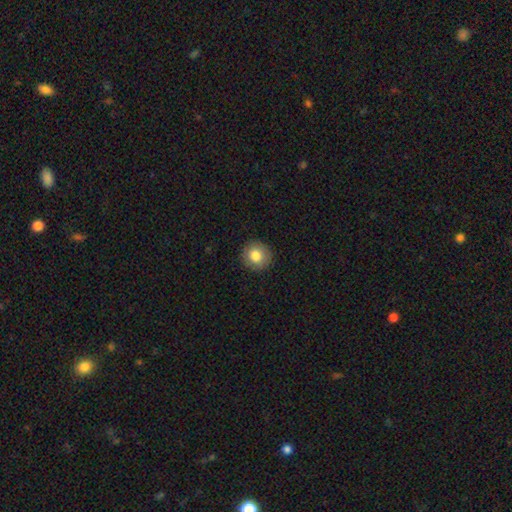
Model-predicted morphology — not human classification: smooth_or_featured: smooth (p=0.81) [alt: featured or disk p=0.10]
how_rounded: round (p=0.93) [alt: in between p=0.06]
merging: none (p=0.91) [alt: minor disturbance p=0.06]